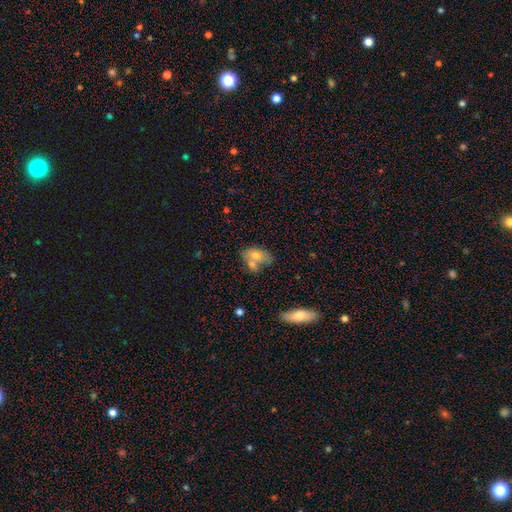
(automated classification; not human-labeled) Q: Smooth or featured?
A: smooth (65%); runner-up: featured or disk (27%)
Q: How rounded?
A: in between (83%); runner-up: round (13%)
Q: Merging?
A: merger (41%); runner-up: none (39%)